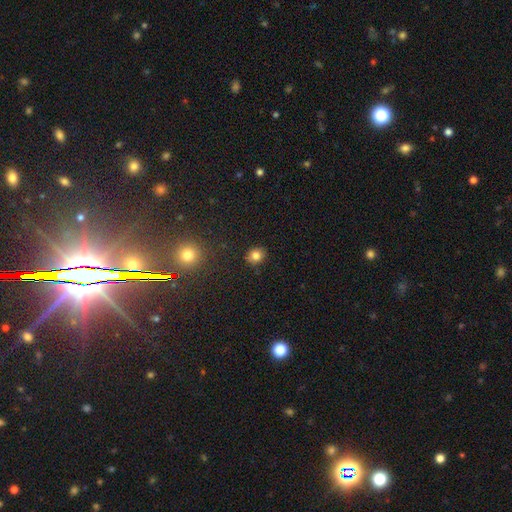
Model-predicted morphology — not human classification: This is clearly a smooth galaxy (81%). How rounded: clearly round (80%). Merging: clearly none (87%).